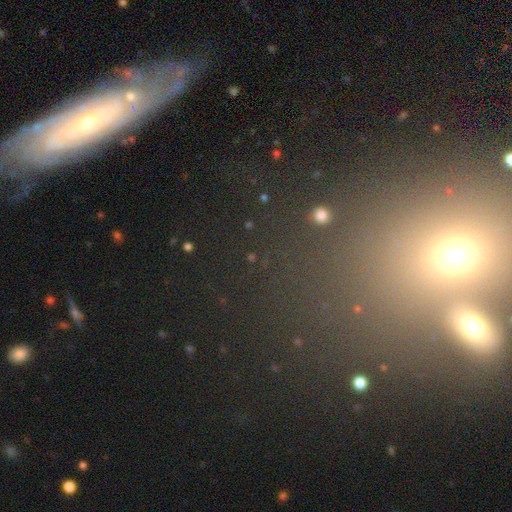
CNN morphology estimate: Smooth or featured? smooth (41%)
Merging? none (66%)